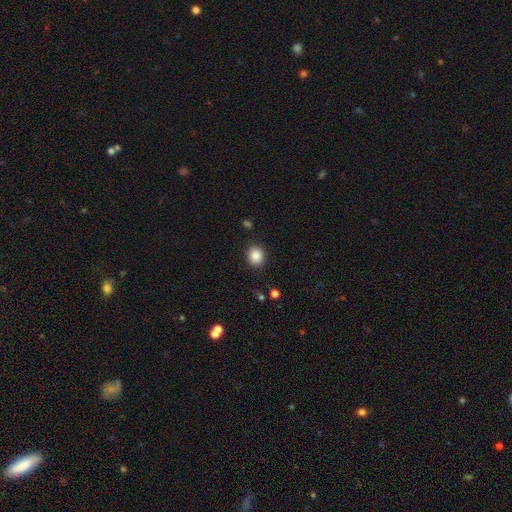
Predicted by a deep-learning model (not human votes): Overall: smooth (87%). How rounded: round (67%; in between 32%). Merging: none (88%).